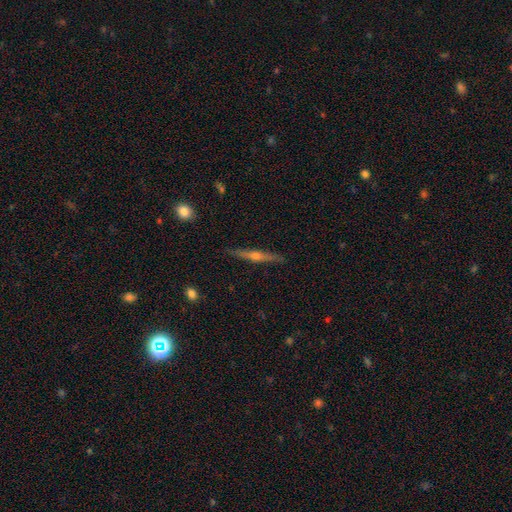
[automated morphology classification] This appears to be a featured or disk galaxy (77%) viewed edge-on (98%) with a rounded central bulge (90%). Merging: none (90%).